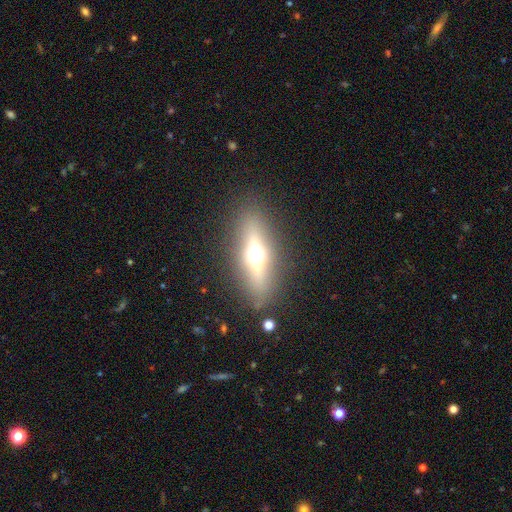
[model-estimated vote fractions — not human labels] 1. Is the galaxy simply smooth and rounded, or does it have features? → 56% featured or disk, 29% smooth, 15% star or artifact.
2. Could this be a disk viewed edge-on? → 83% yes, 17% no.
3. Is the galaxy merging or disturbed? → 84% none, 9% minor disturbance, 5% major disturbance, 2% merger.